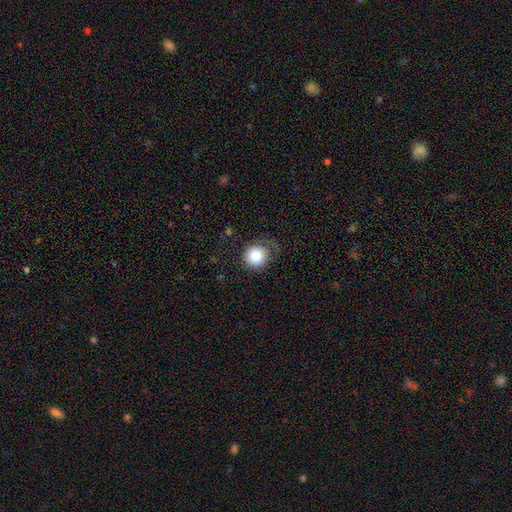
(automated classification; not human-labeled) Q: Smooth or featured?
A: smooth (81%); runner-up: star or artifact (10%)
Q: How rounded?
A: round (88%); runner-up: in between (11%)
Q: Merging?
A: none (65%); runner-up: minor disturbance (22%)